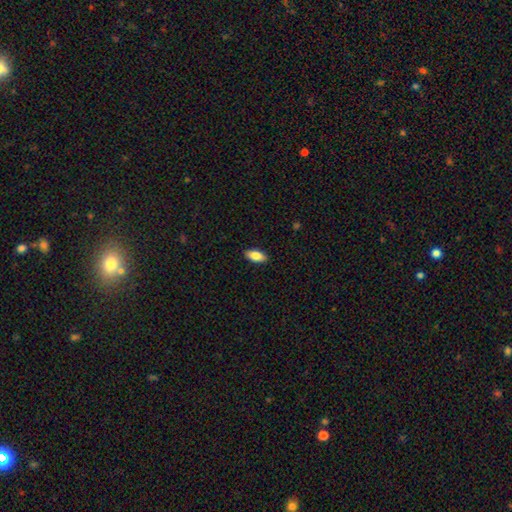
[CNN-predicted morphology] A smooth galaxy with no disk features (84%) that is in between round and cigar-shaped (89%).

Vote fractions:
- Smooth or featured? smooth: 84% / featured or disk: 9% / star or artifact: 7%
- How rounded? in between: 89% / cigar-shaped: 9% / round: 2%
- Merging? none: 89% / minor disturbance: 9% / major disturbance: 2% / merger: 1%